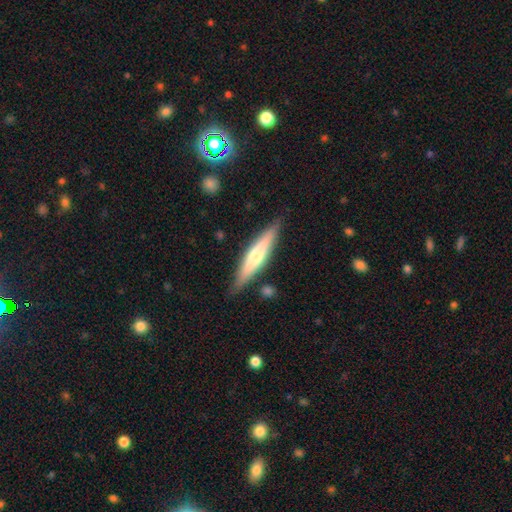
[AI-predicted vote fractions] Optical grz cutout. It shows a featured or disk galaxy (55%) viewed edge-on (94%) with a rounded central bulge (83%). Merging: none (86%).